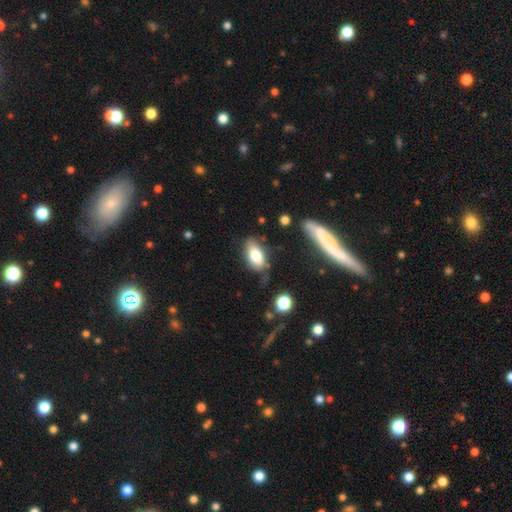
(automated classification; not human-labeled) smooth_or_featured: smooth (p=0.78) [alt: featured or disk p=0.14]
how_rounded: in between (p=0.89) [alt: cigar-shaped p=0.06]
merging: none (p=0.67) [alt: minor disturbance p=0.21]